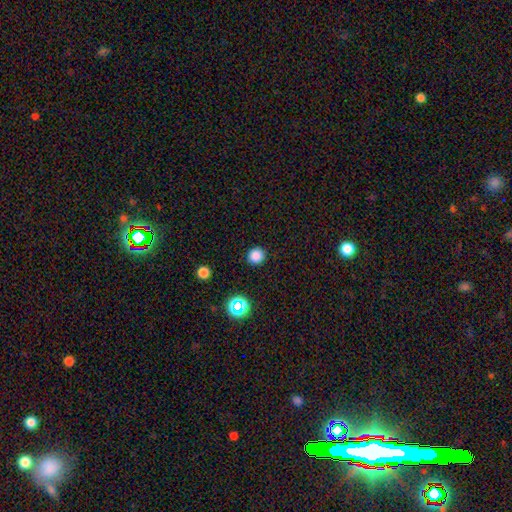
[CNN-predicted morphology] The model was most divided on "smooth or featured": smooth: 82%, star or artifact: 15%, featured or disk: 3%. More confident: how rounded — round (93%); merging — none (91%).